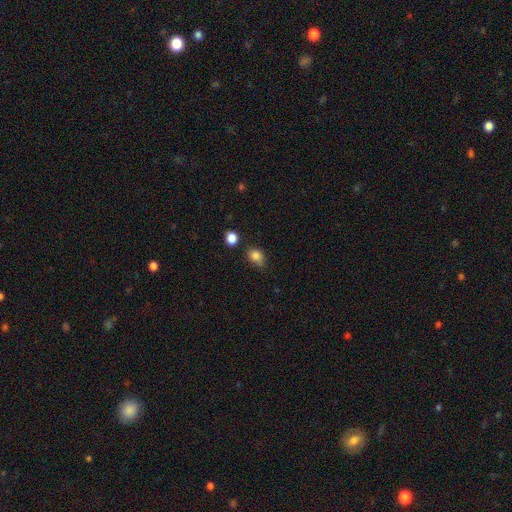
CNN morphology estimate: This is clearly a smooth galaxy (82%). How rounded: possibly in between (54%). Merging: possibly none (54%).